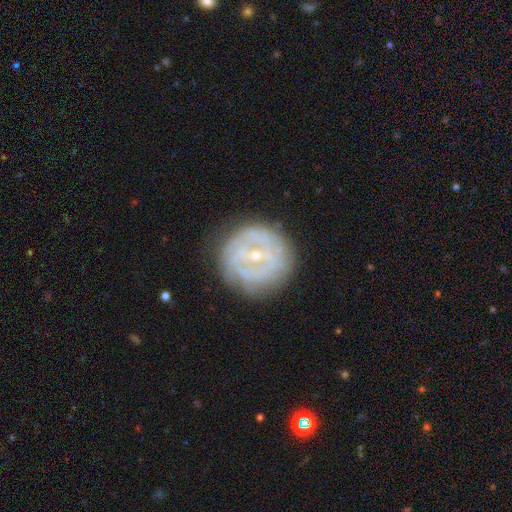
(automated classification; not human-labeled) Overall: featured or disk (76%). Edge-on disk: no (97%). Bar: weak (42%; no 39%). Spiral arms: yes (74%). Spiral arm count: can't tell (49%; 2 22%). Spiral winding: tight (72%). Bulge size: small (74%). Merging: none (78%).